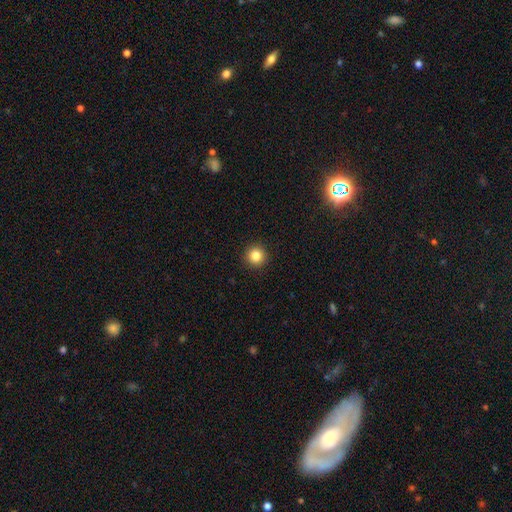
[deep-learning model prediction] This is clearly a smooth galaxy (84%). How rounded: clearly round (95%). Merging: clearly none (93%).